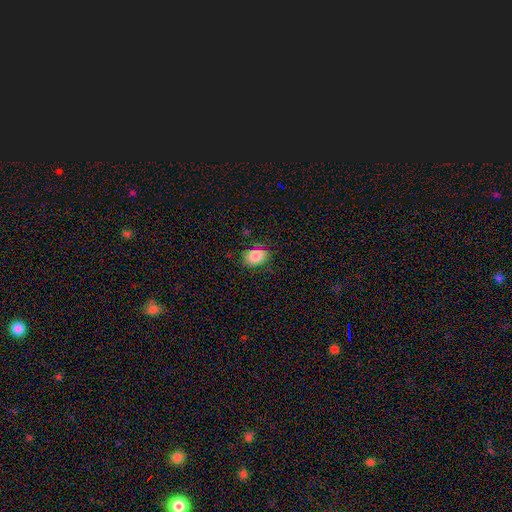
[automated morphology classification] smooth 82%, star or artifact 10%, featured or disk 7%. Down the decision tree: how rounded — in between (69%); merging — none (77%).